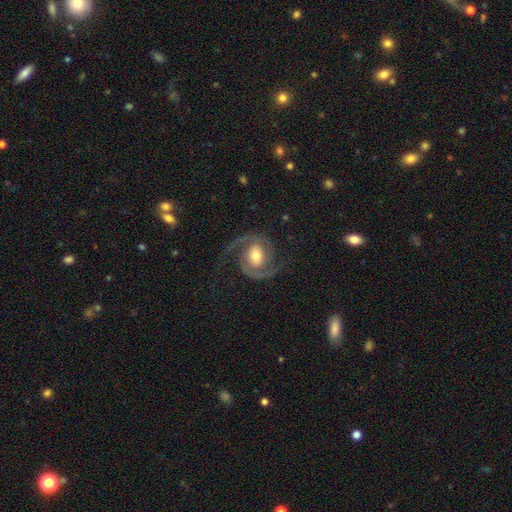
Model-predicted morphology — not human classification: featured or disk 90%, smooth 5%, star or artifact 4%. Down the decision tree: edge-on disk — no (98%); bar — no (56%); spiral arms — yes (98%); spiral arm count — 2 (93%); spiral winding — medium (56%); bulge size — moderate (66%); merging — none (77%).